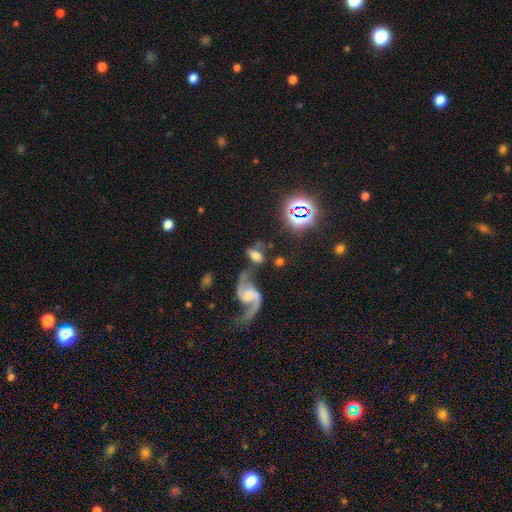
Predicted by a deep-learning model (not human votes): Smooth or featured: featured or disk — 50% (smooth — 33%)
Edge-on disk: no — 92% (yes — 8%)
Merging: none — 38% (merger — 30%)